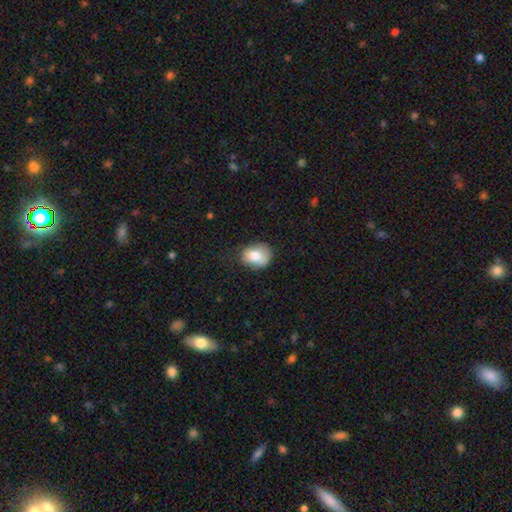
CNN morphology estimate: Smooth or featured? smooth (79%)
How rounded? in between (60%)
Merging? none (55%)